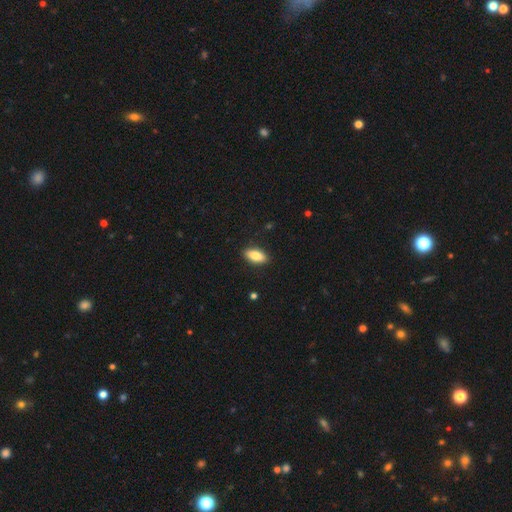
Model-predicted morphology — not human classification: smooth-or-featured: smooth: 83% | featured or disk: 11% | star or artifact: 7%
  how-rounded: in between: 87% | cigar-shaped: 10% | round: 3%
  merging: none: 89% | minor disturbance: 9% | major disturbance: 2% | merger: 1%